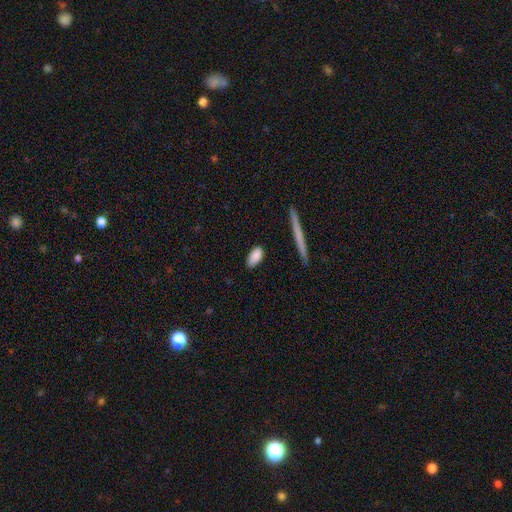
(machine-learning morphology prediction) smooth_or_featured: smooth (p=0.87) [alt: star or artifact p=0.07]
how_rounded: in between (p=0.91) [alt: cigar-shaped p=0.06]
merging: none (p=0.82) [alt: minor disturbance p=0.14]